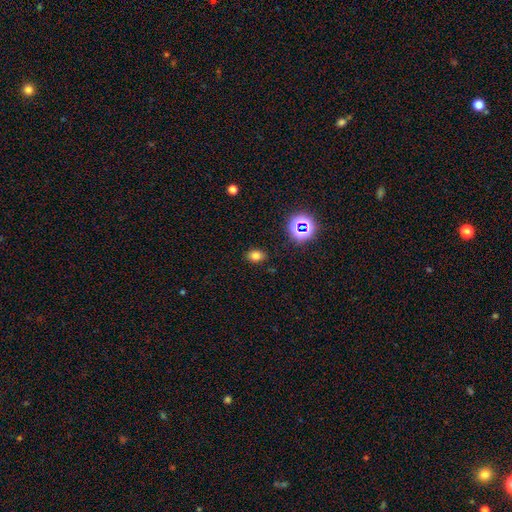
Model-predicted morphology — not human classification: Smooth or featured?
  - smooth: 73% *
  - star or artifact: 19%
  - featured or disk: 8%
How rounded?
  - in between: 73% *
  - round: 26%
  - cigar-shaped: 1%
Merging?
  - none: 84% *
  - minor disturbance: 11%
  - major disturbance: 3%
  - merger: 2%